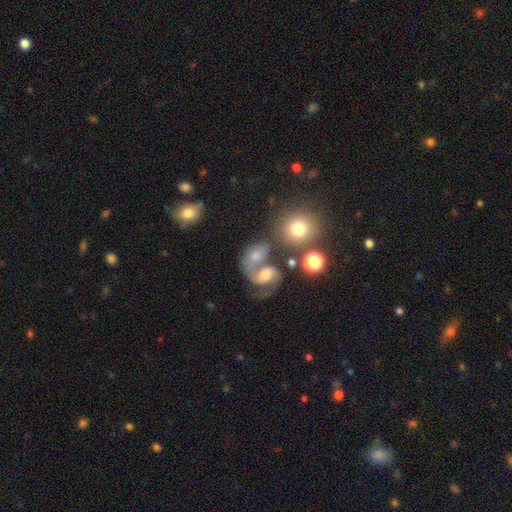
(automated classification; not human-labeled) Smooth or featured? Predicted: featured or disk (p=0.50). Merging? Predicted: merger (p=0.54).